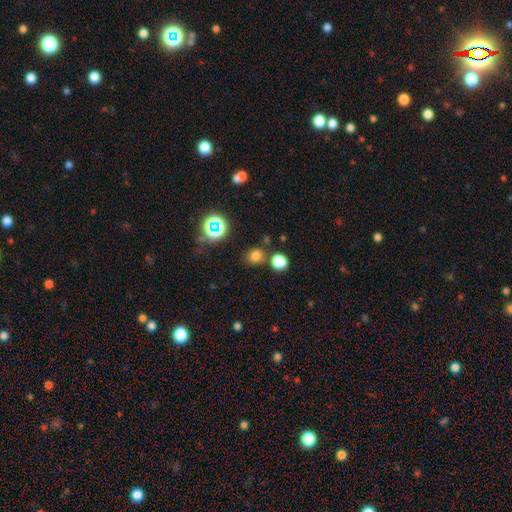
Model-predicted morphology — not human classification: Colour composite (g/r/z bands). It shows a smooth galaxy with no disk features (73%) that is round (76%). Merging: none (75%).